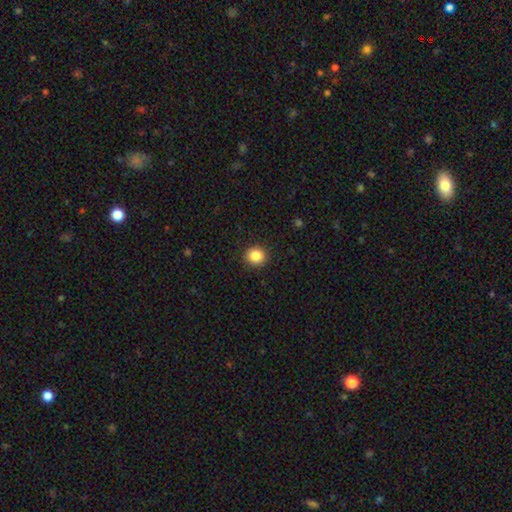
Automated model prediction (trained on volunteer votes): Q: Smooth or featured?
A: smooth (86%); runner-up: star or artifact (10%)
Q: How rounded?
A: round (85%); runner-up: in between (14%)
Q: Merging?
A: none (92%); runner-up: minor disturbance (6%)